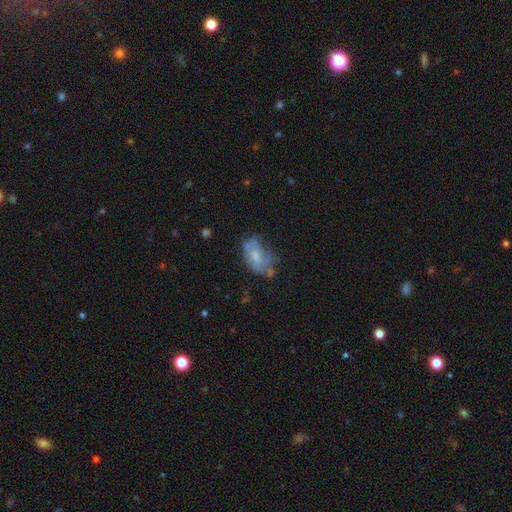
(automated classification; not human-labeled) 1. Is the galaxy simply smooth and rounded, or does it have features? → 49% smooth, 42% featured or disk, 9% star or artifact.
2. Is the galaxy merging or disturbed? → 41% none, 31% minor disturbance, 21% major disturbance, 7% merger.